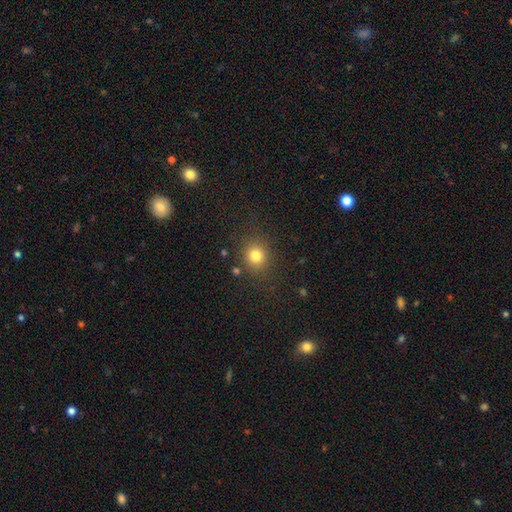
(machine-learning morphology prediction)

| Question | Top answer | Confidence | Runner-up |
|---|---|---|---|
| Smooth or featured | smooth | 81% | star or artifact (13%) |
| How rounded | round | 84% | in between (15%) |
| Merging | none | 84% | minor disturbance (9%) |